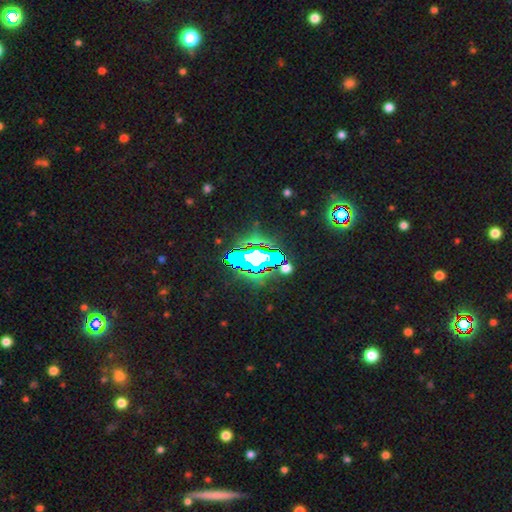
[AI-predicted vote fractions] Overall: star or artifact (71%).